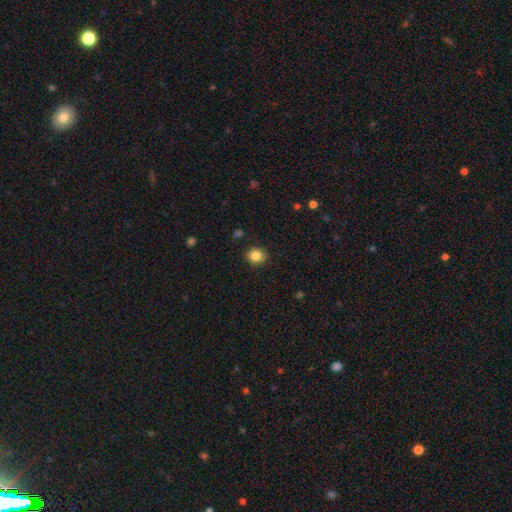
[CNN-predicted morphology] This appears to be a smooth galaxy with no disk features (85%) that is round (81%). Merging: none (89%).